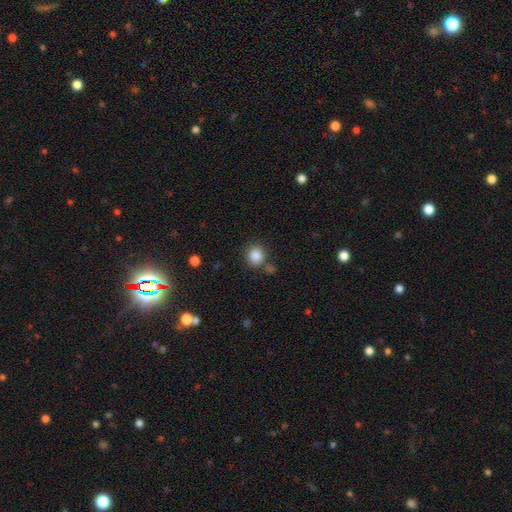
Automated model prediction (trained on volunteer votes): The model was most divided on "merging": none: 76%, minor disturbance: 11%, merger: 10%, major disturbance: 4%. More confident: smooth or featured — smooth (86%); how rounded — round (82%).